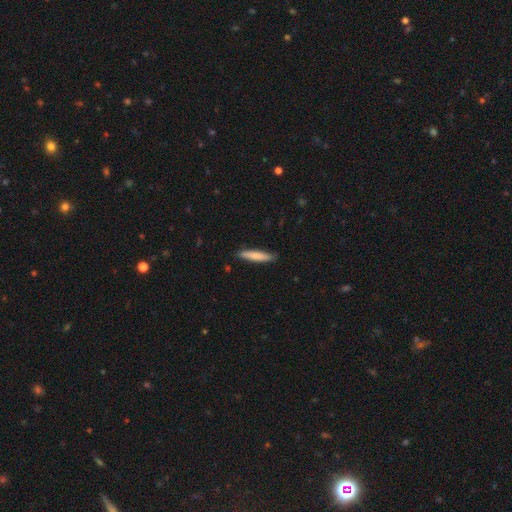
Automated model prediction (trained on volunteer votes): smooth-or-featured: smooth: 78% | featured or disk: 17% | star or artifact: 5%
  how-rounded: cigar-shaped: 90% | in between: 9% | round: 1%
  merging: none: 86% | minor disturbance: 11% | major disturbance: 2% | merger: 1%